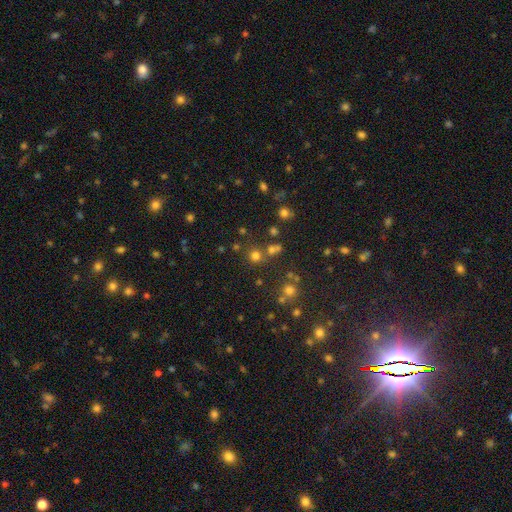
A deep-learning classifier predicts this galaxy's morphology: Overall: smooth (68%). How rounded: round (91%). Merging: none (73%).